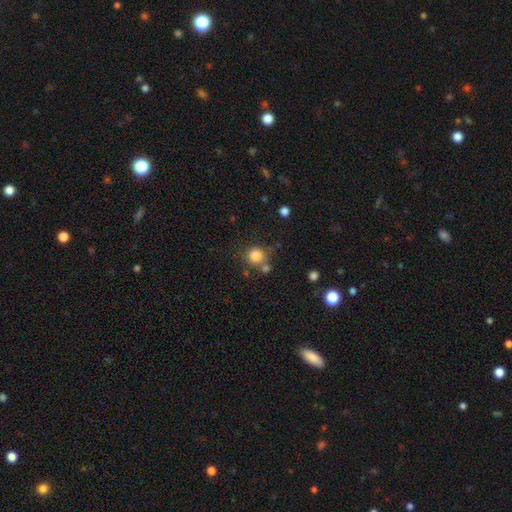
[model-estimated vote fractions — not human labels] Morphology: type=smooth (83%); roundness=round (90%); merging=none (68%).